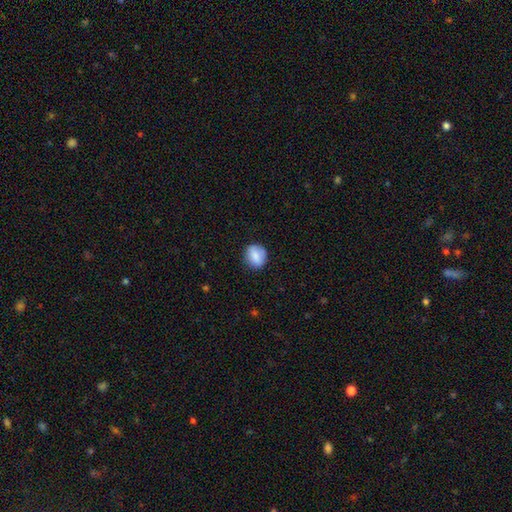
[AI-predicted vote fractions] A smooth galaxy with no disk features (81%) that is round (72%). Merging: none (82%).